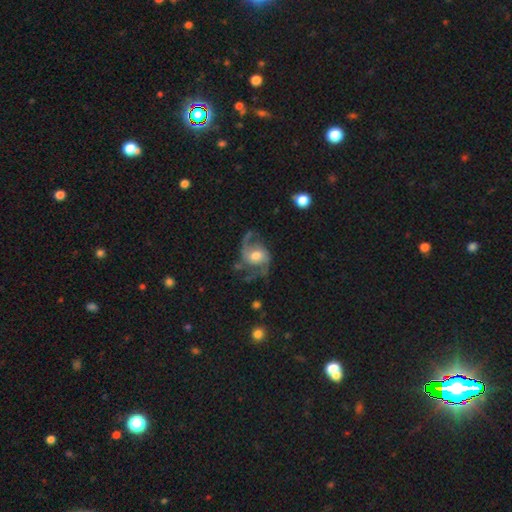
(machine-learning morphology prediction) A featured or disk galaxy (82%) with no bar (53%), 2 (80%) loose (46%) spiral arms (94%) and a moderate central bulge (61%). Merging: none (60%).